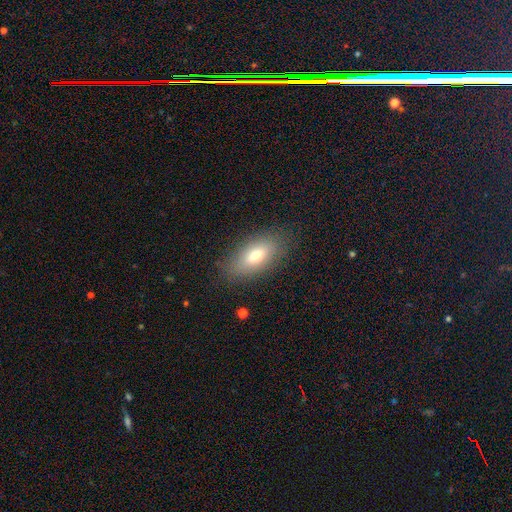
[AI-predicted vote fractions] Overall: smooth (73%). How rounded: in between (86%). Merging: none (84%).